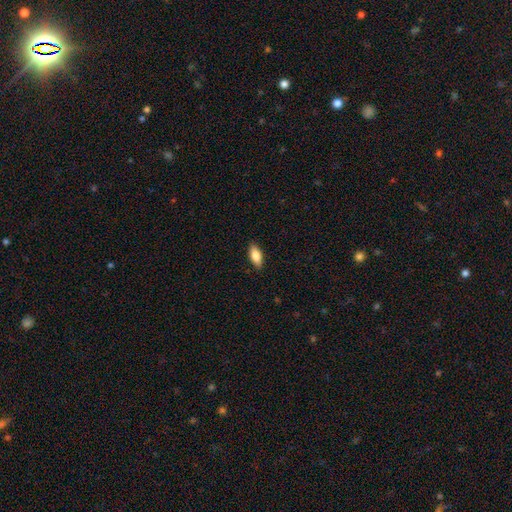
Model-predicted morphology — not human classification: The model was most divided on "how rounded": in between: 83%, cigar-shaped: 14%, round: 2%. More confident: merging — none (88%); smooth or featured — smooth (82%).